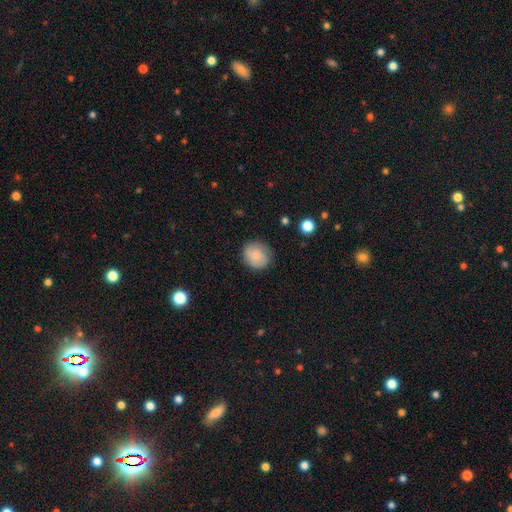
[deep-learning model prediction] Smooth or featured: smooth — 80% (featured or disk — 12%)
How rounded: round — 84% (in between — 15%)
Merging: none — 82% (minor disturbance — 13%)